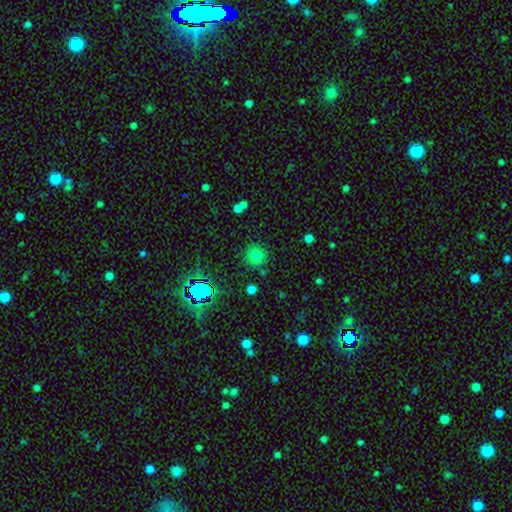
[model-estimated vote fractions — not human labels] smooth 75%, star or artifact 18%, featured or disk 7%. Down the decision tree: how rounded — round (92%); merging — none (82%).